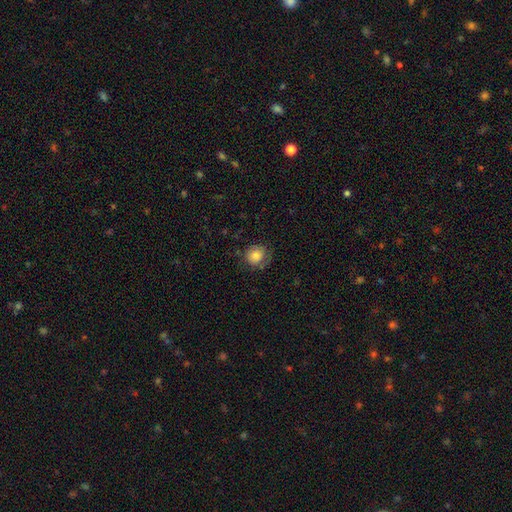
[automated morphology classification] A smooth galaxy with no disk features (78%) that is round (83%).

Vote fractions:
- Smooth or featured? smooth: 78% / featured or disk: 14% / star or artifact: 9%
- How rounded? round: 83% / in between: 16% / cigar-shaped: 1%
- Merging? none: 66% / minor disturbance: 22% / major disturbance: 10% / merger: 1%